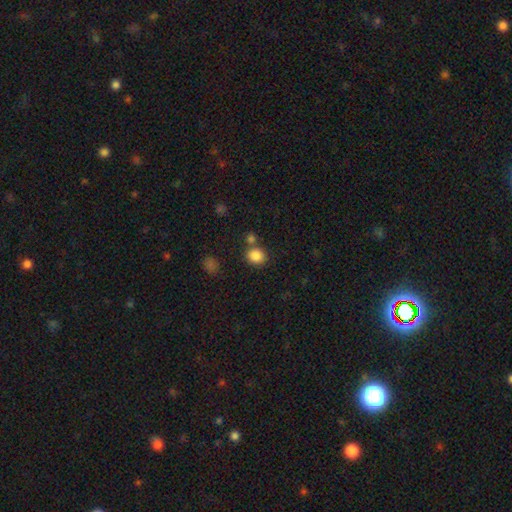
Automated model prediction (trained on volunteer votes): smooth_or_featured: smooth (p=0.85) [alt: star or artifact p=0.10]
how_rounded: round (p=0.75) [alt: in between p=0.24]
merging: none (p=0.70) [alt: merger p=0.17]